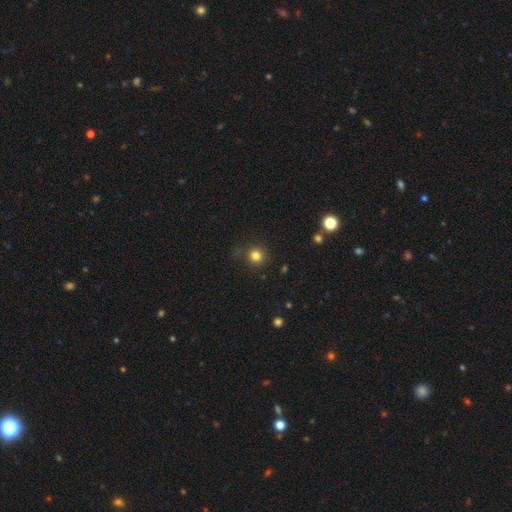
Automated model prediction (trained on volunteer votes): Smooth or featured: smooth — 80% (star or artifact — 15%)
How rounded: round — 91% (in between — 8%)
Merging: none — 80% (minor disturbance — 13%)